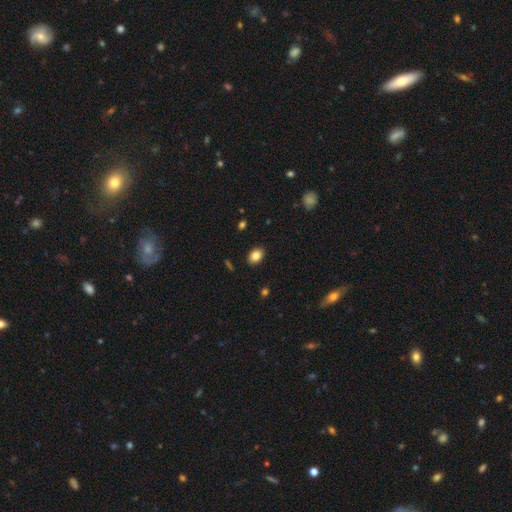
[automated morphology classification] A smooth galaxy with no disk features (85%) that is in between round and cigar-shaped (78%). Merging: none (89%).